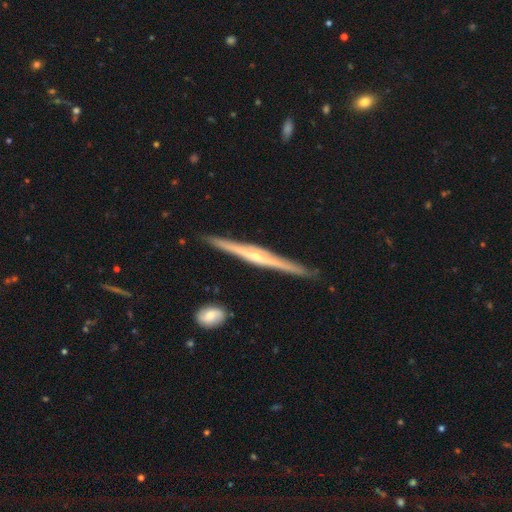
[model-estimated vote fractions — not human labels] Overall: featured or disk (83%). Edge-on disk: yes (98%). Edge-on bulge: rounded (75%). Merging: none (90%).